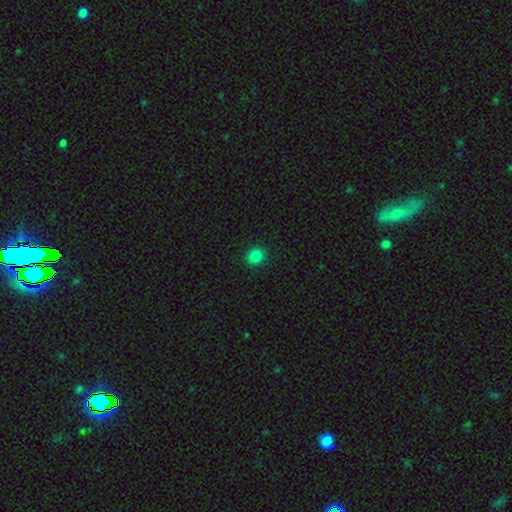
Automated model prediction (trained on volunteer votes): Q: Smooth or featured?
A: smooth (84%); runner-up: star or artifact (12%)
Q: How rounded?
A: round (88%); runner-up: in between (11%)
Q: Merging?
A: none (92%); runner-up: minor disturbance (6%)